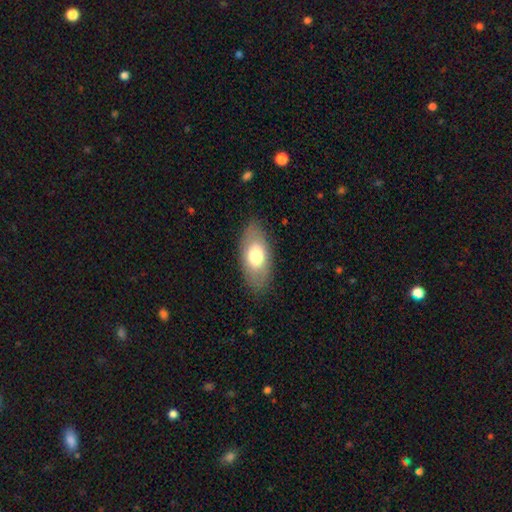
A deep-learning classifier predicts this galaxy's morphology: Smooth or featured? Predicted: smooth (p=0.70). How rounded? Predicted: in between (p=0.91). Merging? Predicted: none (p=0.84).